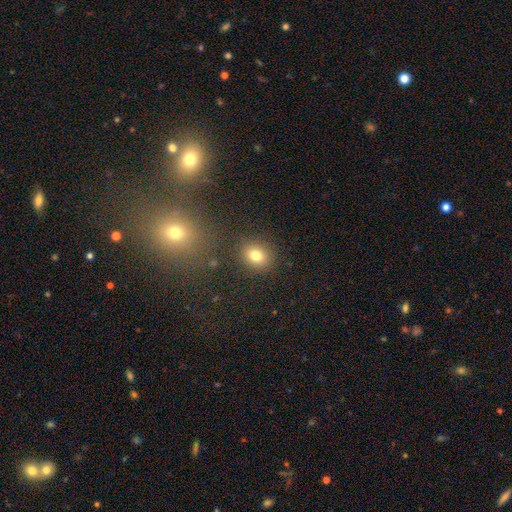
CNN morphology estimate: Smooth or featured? Predicted: smooth (p=0.79). How rounded? Predicted: round (p=0.65). Merging? Predicted: none (p=0.86).